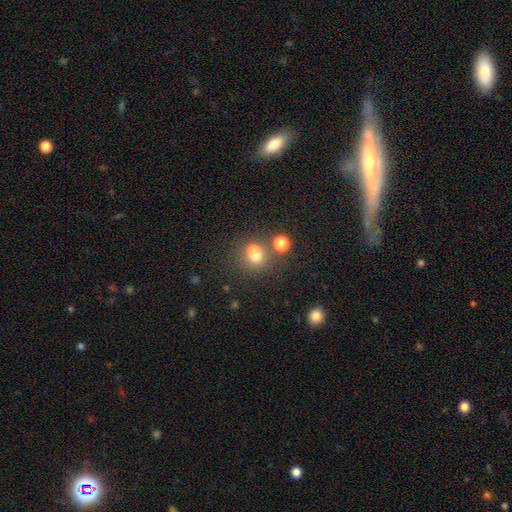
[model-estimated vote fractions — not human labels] This appears to be a smooth galaxy with no disk features (65%) that is round (53%). Merging: none (43%).